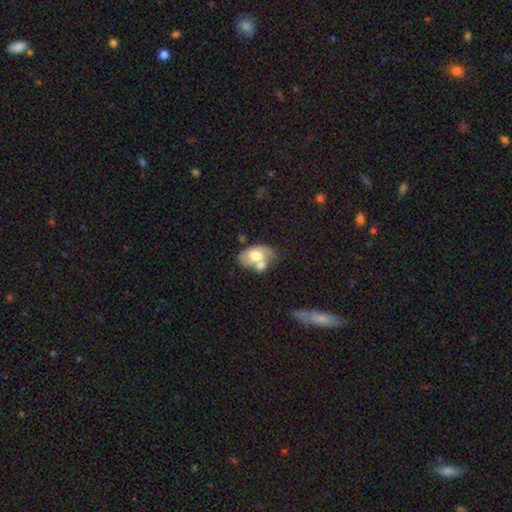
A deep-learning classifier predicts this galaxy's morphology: smooth 55%, featured or disk 38%, star or artifact 7%. Down the decision tree: how rounded — in between (89%); merging — merger (45%).